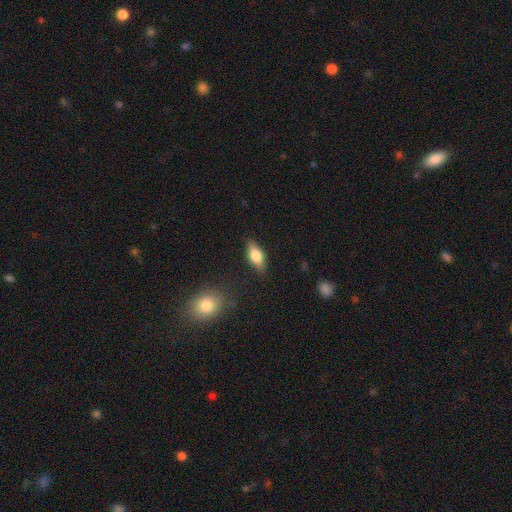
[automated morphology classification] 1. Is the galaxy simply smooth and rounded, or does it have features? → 71% smooth, 22% featured or disk, 7% star or artifact.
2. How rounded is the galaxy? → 79% in between, 18% cigar-shaped, 4% round.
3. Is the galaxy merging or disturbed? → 83% none, 12% minor disturbance, 3% major disturbance, 2% merger.